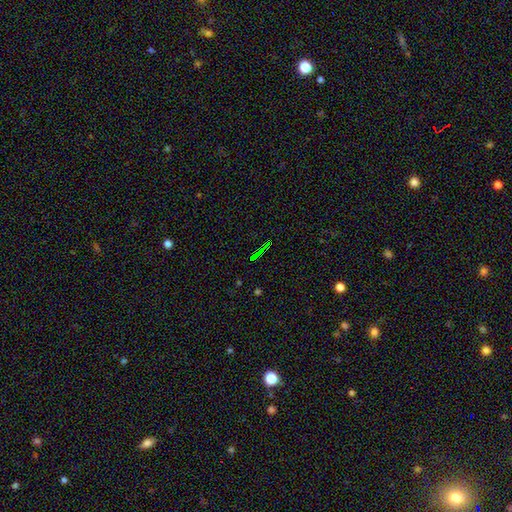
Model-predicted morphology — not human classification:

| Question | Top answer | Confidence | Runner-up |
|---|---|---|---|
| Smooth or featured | star or artifact | 68% | smooth (19%) |